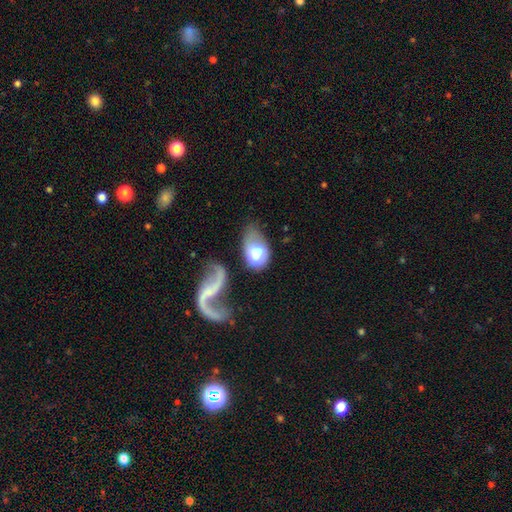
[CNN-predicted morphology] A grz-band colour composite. It shows a smooth galaxy with no disk features (61%) that is in between round and cigar-shaped (81%). Merging: none (31%).